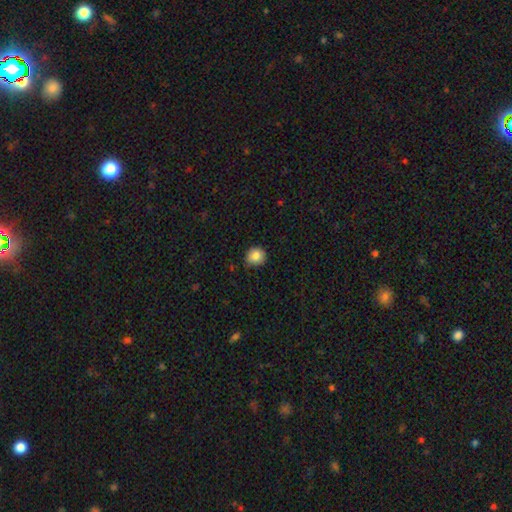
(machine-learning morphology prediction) Overall: smooth (85%). How rounded: round (88%). Merging: none (79%).